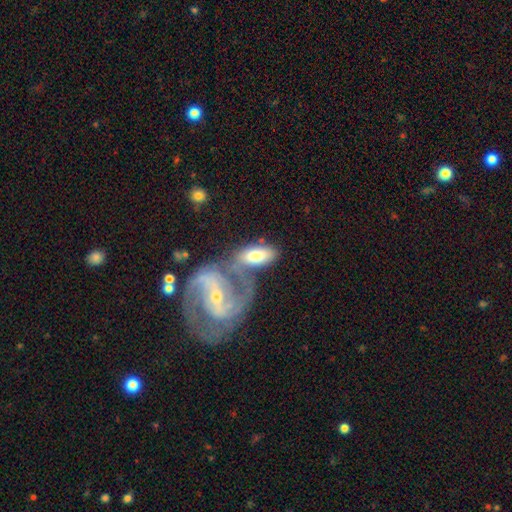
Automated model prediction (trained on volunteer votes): A smooth galaxy with no disk features (56%) that is in between round and cigar-shaped (88%). Merging: merger (44%).